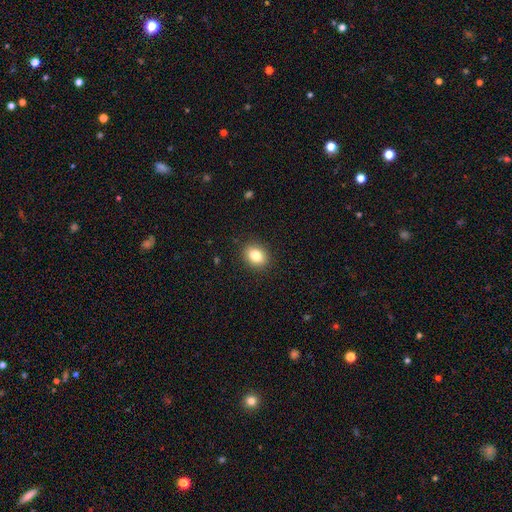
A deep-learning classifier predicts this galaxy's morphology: Q: Smooth or featured?
A: smooth (82%); runner-up: star or artifact (10%)
Q: How rounded?
A: in between (61%); runner-up: round (38%)
Q: Merging?
A: none (89%); runner-up: minor disturbance (8%)